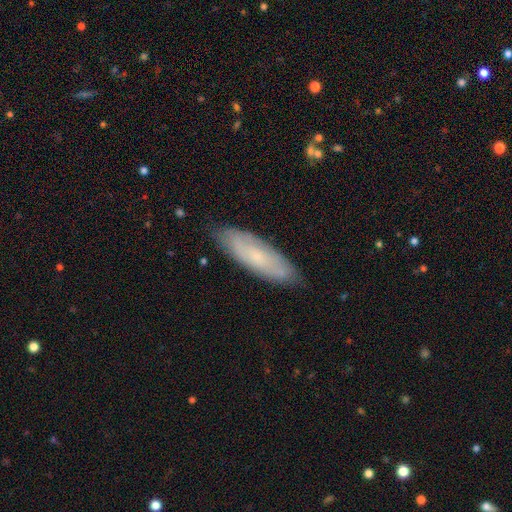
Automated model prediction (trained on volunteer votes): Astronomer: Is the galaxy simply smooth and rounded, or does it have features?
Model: smooth — 54% (runner-up: featured or disk, 38%).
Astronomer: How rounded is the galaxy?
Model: in between — 49%, tied with cigar-shaped at 49%.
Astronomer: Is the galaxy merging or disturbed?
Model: none — 82%.